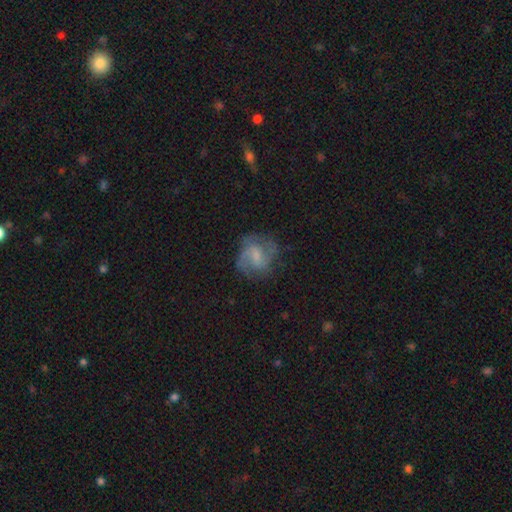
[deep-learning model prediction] Smooth or featured: featured or disk — 67% (smooth — 26%)
Edge-on disk: no — 98% (yes — 2%)
Bar: weak — 51% (no — 38%)
Spiral arms: yes — 88% (no — 12%)
Spiral winding: medium — 50% (loose — 26%)
Spiral arm count: 2 — 59% (can't tell — 17%)
Bulge size: small — 40% (moderate — 31%)
Merging: none — 64% (minor disturbance — 21%)